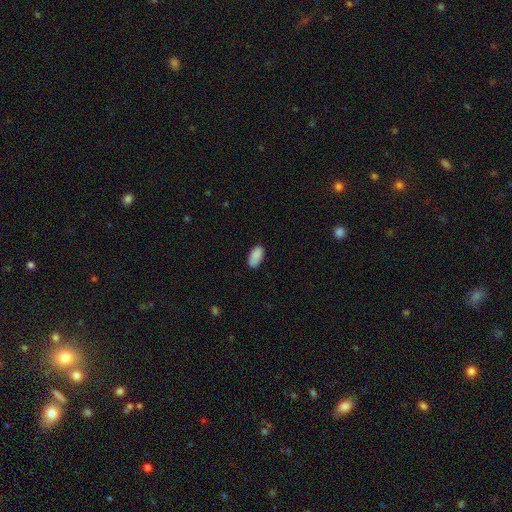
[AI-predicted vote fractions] Q: Smooth or featured?
A: smooth (88%); runner-up: star or artifact (7%)
Q: How rounded?
A: in between (94%); runner-up: cigar-shaped (3%)
Q: Merging?
A: none (80%); runner-up: minor disturbance (15%)